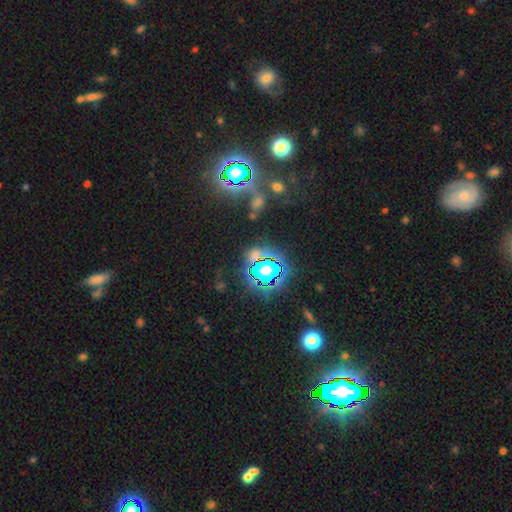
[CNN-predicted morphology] Smooth or featured? star or artifact (64%)